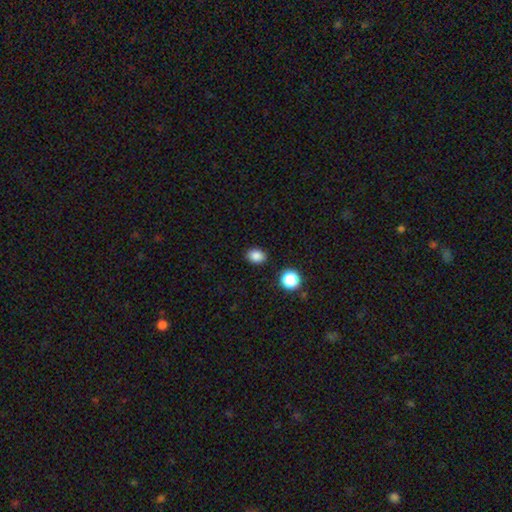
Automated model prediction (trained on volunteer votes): Q: Smooth or featured?
A: smooth (85%); runner-up: star or artifact (11%)
Q: How rounded?
A: in between (60%); runner-up: round (39%)
Q: Merging?
A: none (87%); runner-up: minor disturbance (8%)